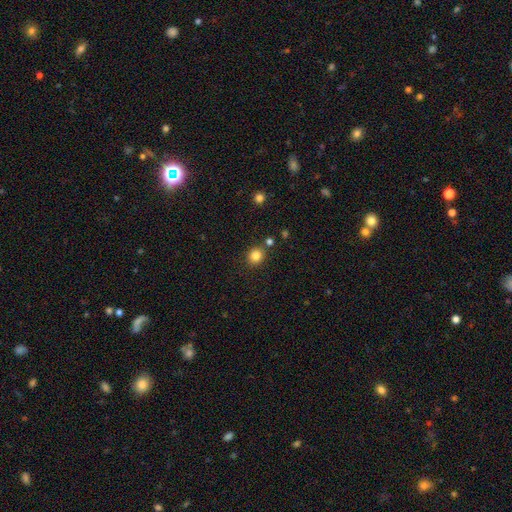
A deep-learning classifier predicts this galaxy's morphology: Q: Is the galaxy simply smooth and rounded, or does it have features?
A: smooth — 83%.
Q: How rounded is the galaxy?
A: round — 81%.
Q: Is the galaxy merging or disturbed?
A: none — 83%.